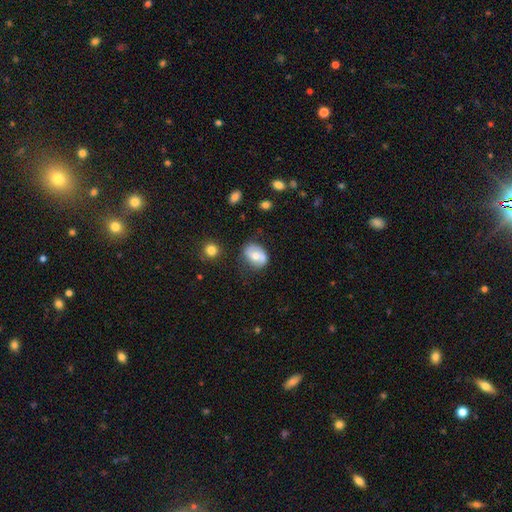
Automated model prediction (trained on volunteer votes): Q: Smooth or featured?
A: smooth (53%); runner-up: featured or disk (40%)
Q: How rounded?
A: in between (68%); runner-up: round (31%)
Q: Merging?
A: none (64%); runner-up: minor disturbance (24%)